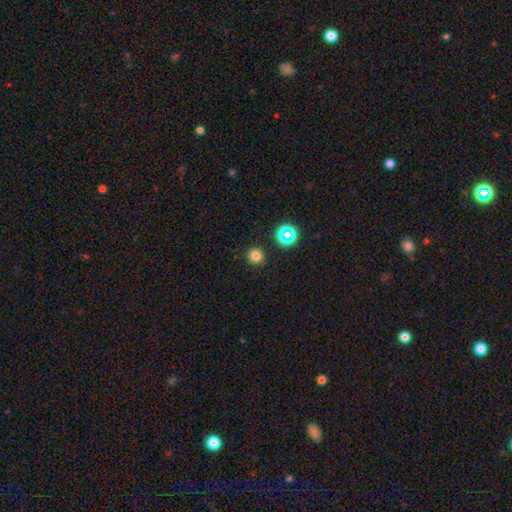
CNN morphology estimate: A smooth galaxy with no disk features (78%) that is round (94%).

Vote fractions:
- Smooth or featured? smooth: 78% / star or artifact: 18% / featured or disk: 4%
- How rounded? round: 94% / in between: 5% / cigar-shaped: 1%
- Merging? none: 91% / minor disturbance: 6% / major disturbance: 2% / merger: 2%